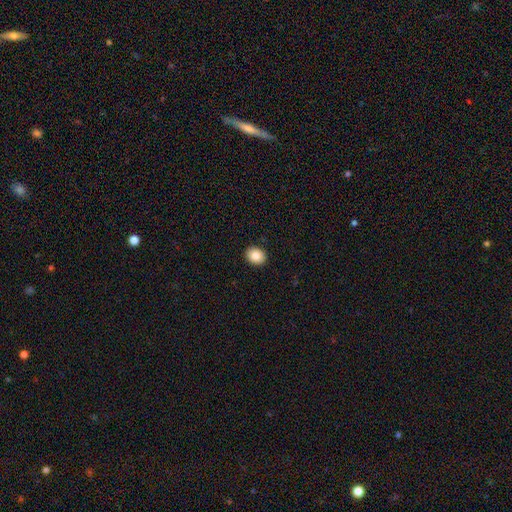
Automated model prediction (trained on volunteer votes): smooth_or_featured: smooth (p=0.86) [alt: star or artifact p=0.08]
how_rounded: round (p=0.52) [alt: in between p=0.47]
merging: none (p=0.92) [alt: minor disturbance p=0.06]